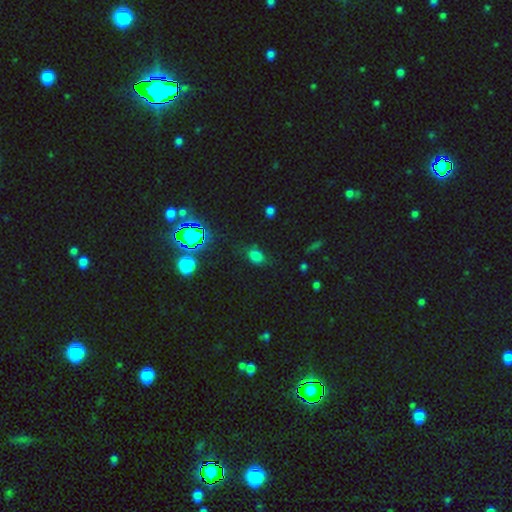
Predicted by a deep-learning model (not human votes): smooth 65%, star or artifact 27%, featured or disk 8%. Down the decision tree: how rounded — in between (66%); merging — none (73%).